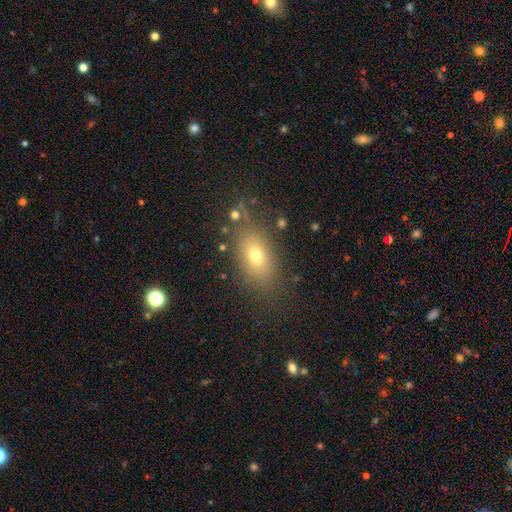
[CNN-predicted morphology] Overall: smooth (69%). How rounded: in between (80%). Merging: none (77%).